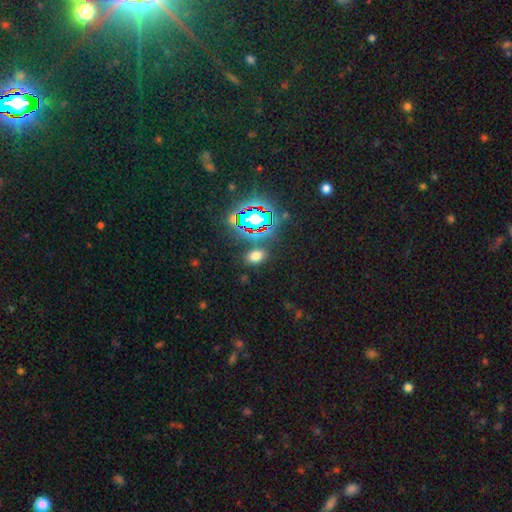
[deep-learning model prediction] Overall: smooth (62%; star or artifact 31%). How rounded: in between (81%). Merging: none (81%).